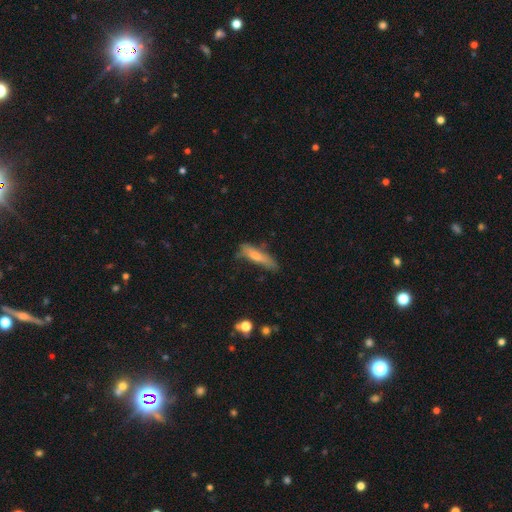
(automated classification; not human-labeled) smooth_or_featured: smooth (p=0.55) [alt: featured or disk p=0.37]
how_rounded: cigar-shaped (p=0.79) [alt: in between p=0.19]
merging: none (p=0.58) [alt: minor disturbance p=0.29]